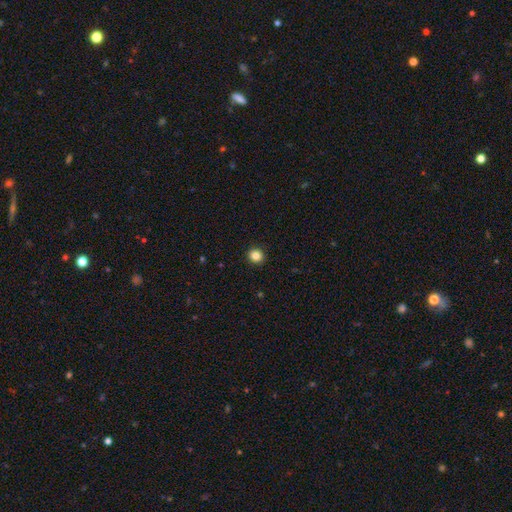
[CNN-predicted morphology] Smooth or featured? smooth (84%)
How rounded? round (89%)
Merging? none (93%)